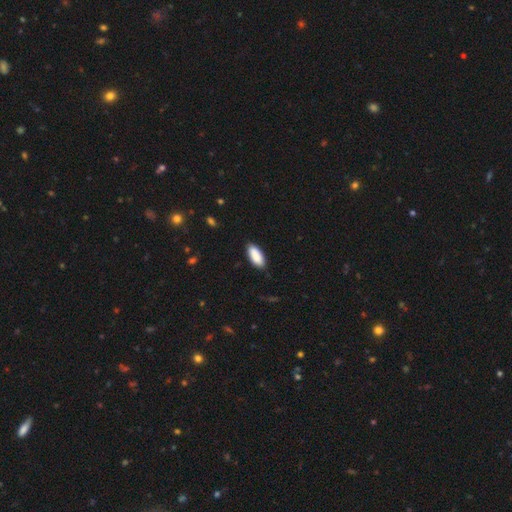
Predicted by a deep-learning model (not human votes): smooth-or-featured: smooth: 90% | star or artifact: 6% | featured or disk: 4%
  how-rounded: in between: 85% | cigar-shaped: 13% | round: 2%
  merging: none: 87% | minor disturbance: 10% | major disturbance: 2% | merger: 1%